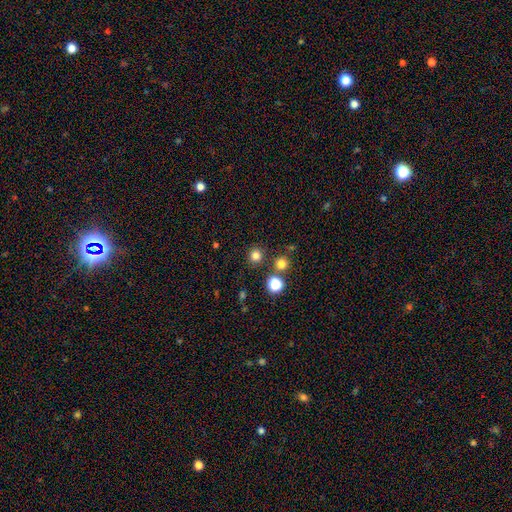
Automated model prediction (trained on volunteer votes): A smooth galaxy with no disk features (79%) that is round (92%).

Vote fractions:
- Smooth or featured? smooth: 79% / star or artifact: 17% / featured or disk: 5%
- How rounded? round: 92% / in between: 7% / cigar-shaped: 1%
- Merging? none: 84% / minor disturbance: 7% / merger: 6% / major disturbance: 3%